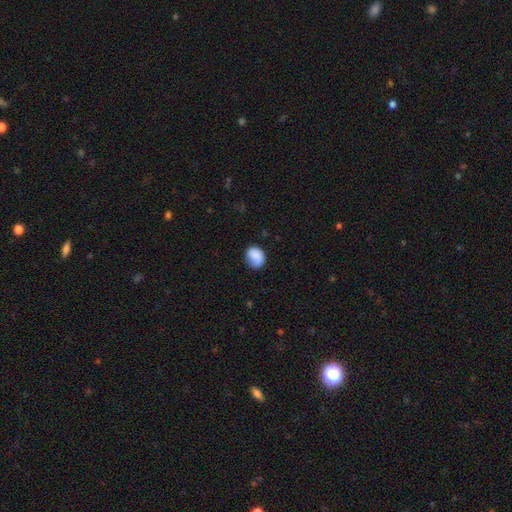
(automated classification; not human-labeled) smooth_or_featured: smooth (p=0.80) [alt: featured or disk p=0.13]
how_rounded: round (p=0.56) [alt: in between p=0.43]
merging: none (p=0.64) [alt: minor disturbance p=0.25]